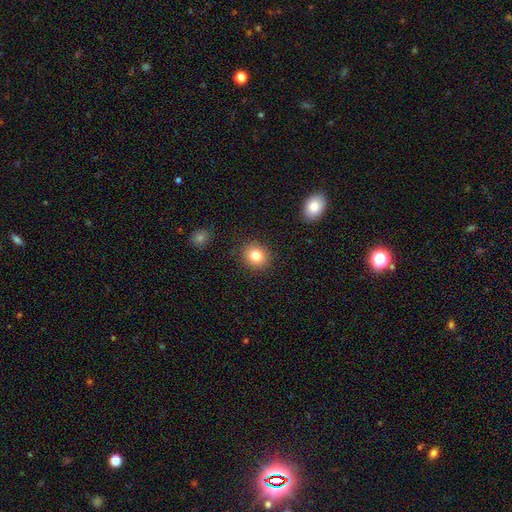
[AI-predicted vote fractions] Smooth or featured? smooth (81%)
How rounded? round (81%)
Merging? none (89%)